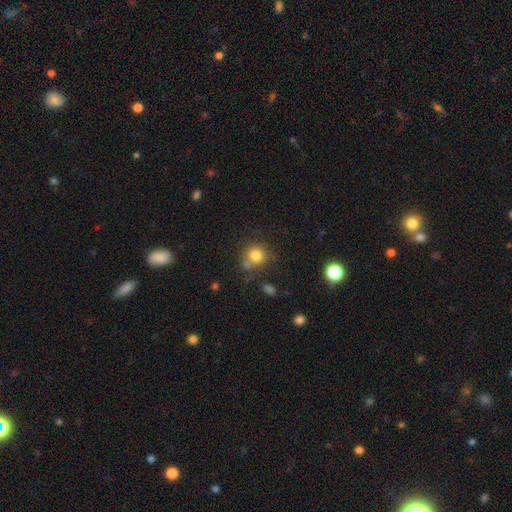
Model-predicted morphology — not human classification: smooth_or_featured: smooth (p=0.80) [alt: star or artifact p=0.12]
how_rounded: round (p=0.87) [alt: in between p=0.12]
merging: none (p=0.64) [alt: minor disturbance p=0.15]